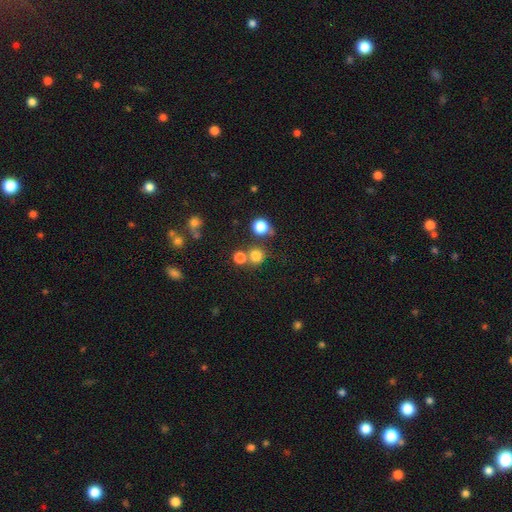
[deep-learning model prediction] Smooth or featured? smooth (77%)
How rounded? round (90%)
Merging? none (64%)